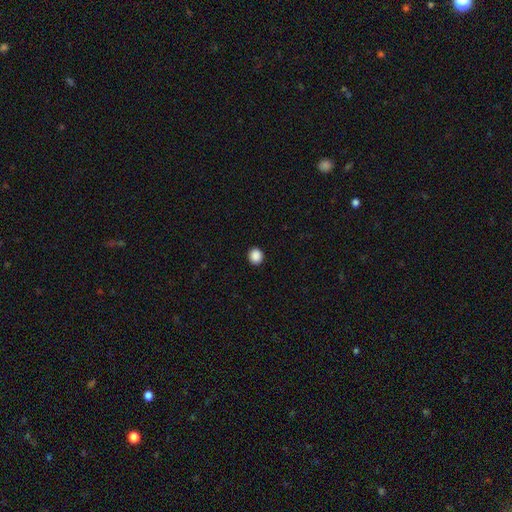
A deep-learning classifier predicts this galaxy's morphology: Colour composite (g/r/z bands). It shows a smooth galaxy with no disk features (89%) that is round (89%). Merging: none (93%).